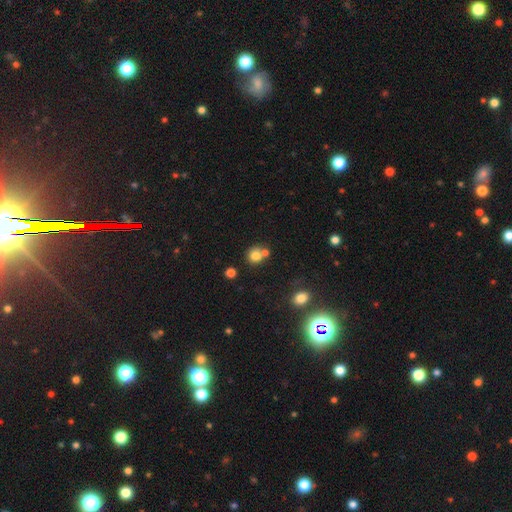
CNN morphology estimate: Smooth or featured?
  - smooth: 77% *
  - star or artifact: 13%
  - featured or disk: 10%
How rounded?
  - round: 85% *
  - in between: 14%
  - cigar-shaped: 1%
Merging?
  - none: 54% *
  - merger: 34%
  - minor disturbance: 9%
  - major disturbance: 3%